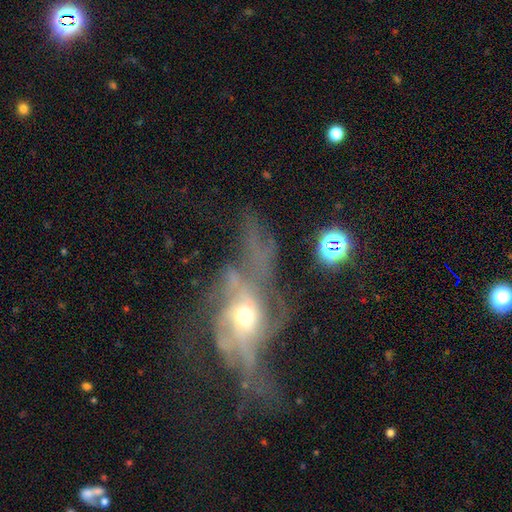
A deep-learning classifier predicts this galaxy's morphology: Smooth or featured? Predicted: featured or disk (p=0.77). Edge-on disk? Predicted: no (p=0.89). Bar? Predicted: no (p=0.70). Spiral arms? Predicted: yes (p=0.73). Bulge size? Predicted: moderate (p=0.59). Merging? Predicted: major disturbance (p=0.45).